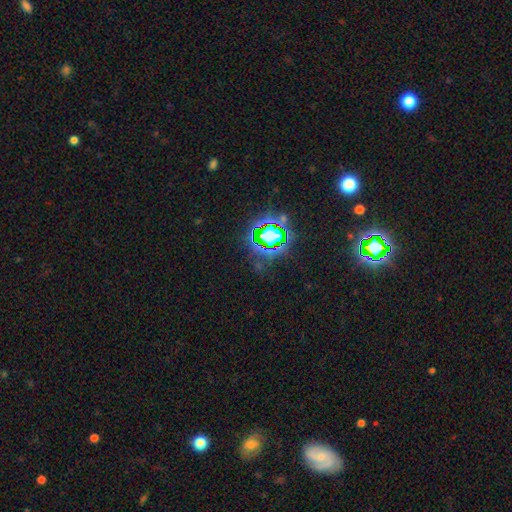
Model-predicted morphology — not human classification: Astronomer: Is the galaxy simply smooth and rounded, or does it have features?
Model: star or artifact — 77%.